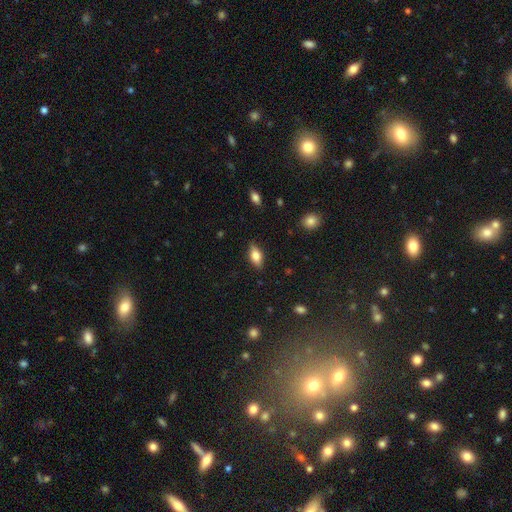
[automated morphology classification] Smooth or featured: smooth — 66% (featured or disk — 26%)
How rounded: in between — 84% (cigar-shaped — 12%)
Merging: none — 84% (minor disturbance — 12%)